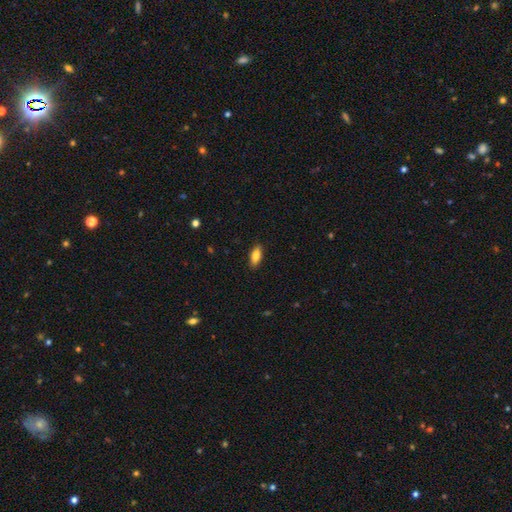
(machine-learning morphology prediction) Overall: smooth (79%). How rounded: in between (79%). Merging: none (88%).